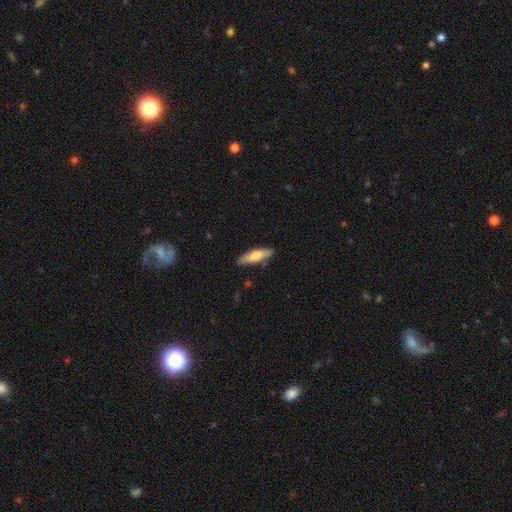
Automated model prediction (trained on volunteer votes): Smooth or featured? smooth (68%)
How rounded? cigar-shaped (63%)
Merging? none (85%)